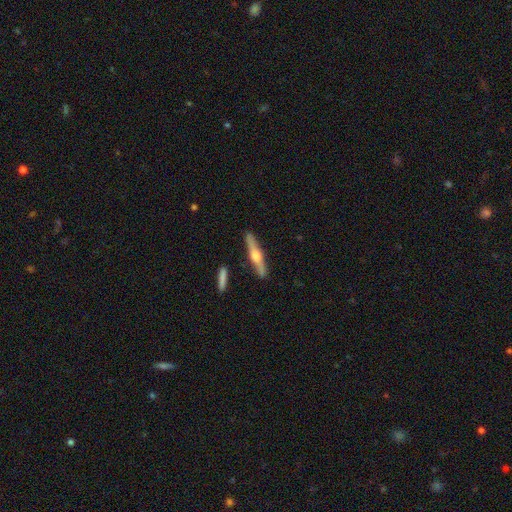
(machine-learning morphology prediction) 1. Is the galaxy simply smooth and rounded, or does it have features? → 70% featured or disk, 25% smooth, 5% star or artifact.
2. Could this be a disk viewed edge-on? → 97% yes, 3% no.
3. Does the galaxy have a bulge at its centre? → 93% rounded, 4% boxy, 3% none.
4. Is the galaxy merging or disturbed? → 88% none, 8% minor disturbance, 2% merger, 2% major disturbance.